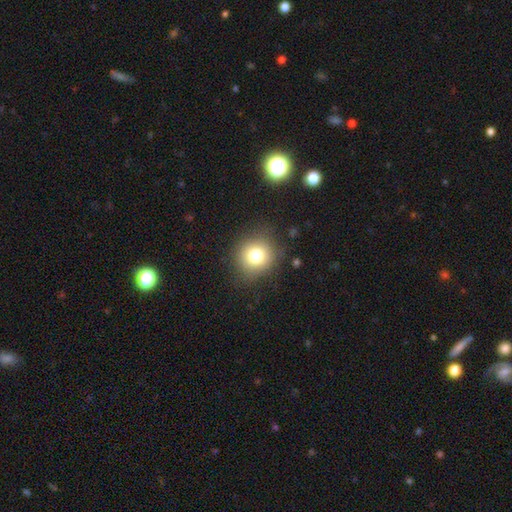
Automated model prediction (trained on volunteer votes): Q: Smooth or featured?
A: smooth (77%); runner-up: star or artifact (13%)
Q: How rounded?
A: round (86%); runner-up: in between (13%)
Q: Merging?
A: none (84%); runner-up: minor disturbance (11%)